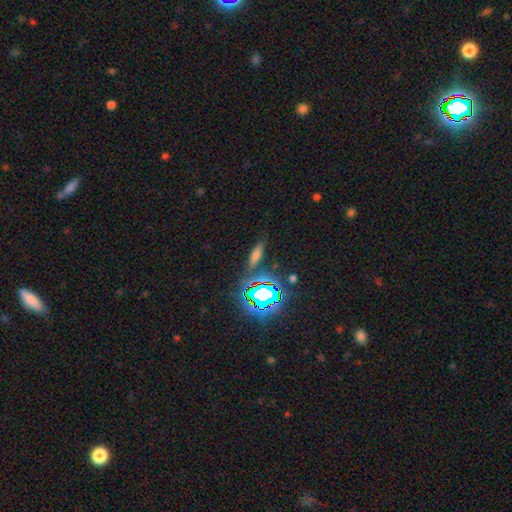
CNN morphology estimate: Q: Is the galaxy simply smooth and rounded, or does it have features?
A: smooth — 57%.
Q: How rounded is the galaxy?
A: cigar-shaped — 62%.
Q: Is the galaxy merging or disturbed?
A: none — 81%.